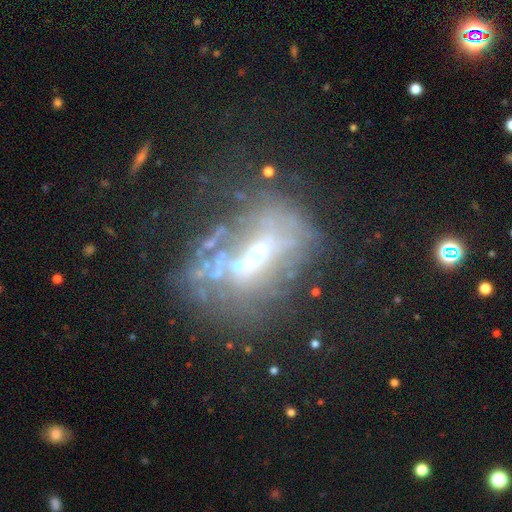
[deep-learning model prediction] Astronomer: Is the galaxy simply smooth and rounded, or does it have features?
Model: featured or disk — 63%.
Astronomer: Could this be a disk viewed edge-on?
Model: no — 87%.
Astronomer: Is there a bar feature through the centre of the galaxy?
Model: no — 57%.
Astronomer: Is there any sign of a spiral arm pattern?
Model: no — 75%.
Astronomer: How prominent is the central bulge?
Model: small — 51% (runner-up: moderate, 39%).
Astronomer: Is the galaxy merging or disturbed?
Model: none — 42% (runner-up: major disturbance, 30%).